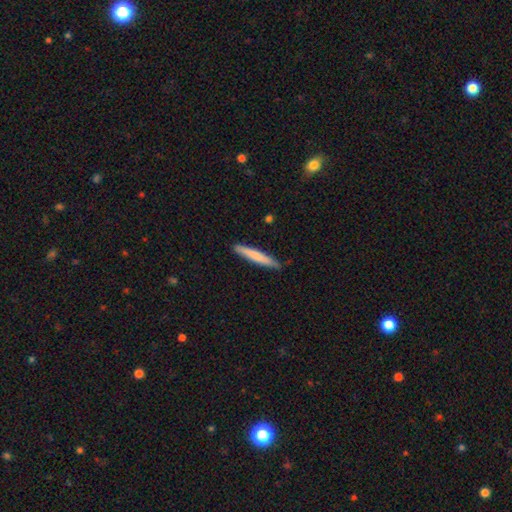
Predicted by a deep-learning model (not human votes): Smooth or featured? smooth (72%)
How rounded? cigar-shaped (94%)
Merging? none (87%)